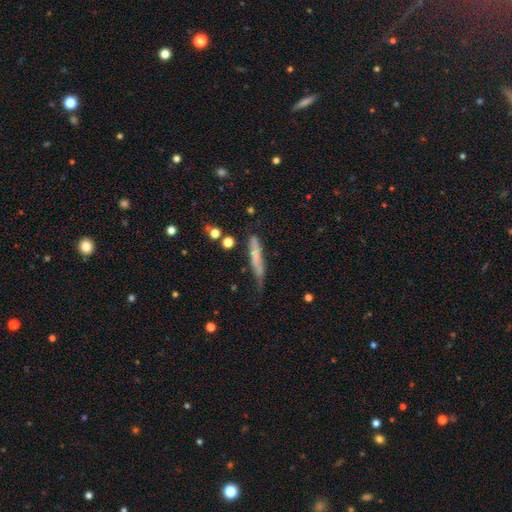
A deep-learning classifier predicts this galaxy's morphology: Smooth or featured: smooth — 60% (featured or disk — 32%)
How rounded: cigar-shaped — 89% (in between — 9%)
Merging: none — 43% (minor disturbance — 36%)